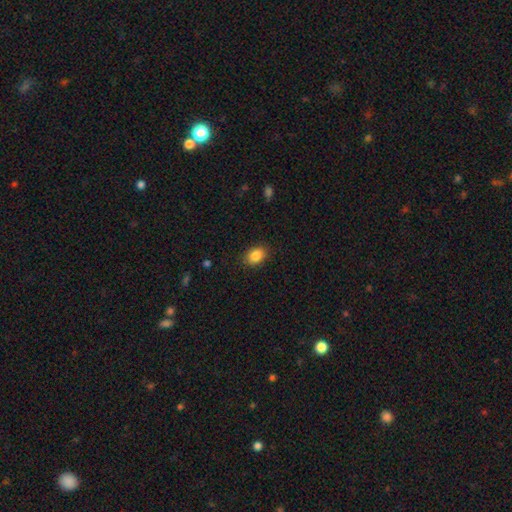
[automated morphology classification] This is clearly a smooth galaxy (87%). How rounded: likely in between (76%). Merging: clearly none (87%).